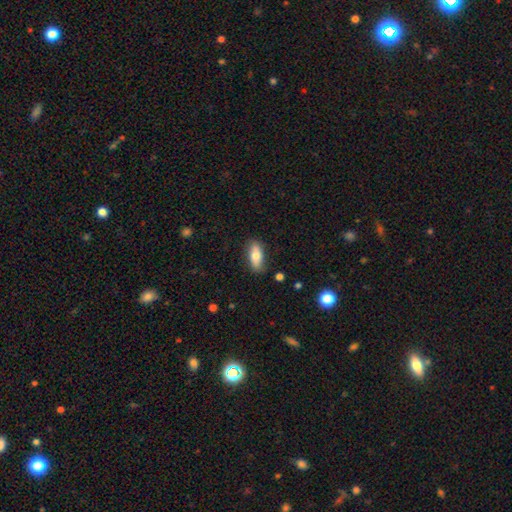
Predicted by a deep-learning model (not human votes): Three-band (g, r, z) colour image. It shows a smooth galaxy with no disk features (74%) that is in between round and cigar-shaped (78%). Merging: none (84%).